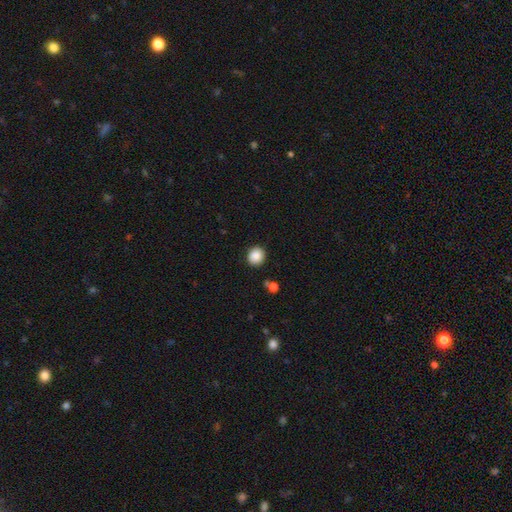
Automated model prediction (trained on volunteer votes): smooth 88%, star or artifact 9%, featured or disk 3%. Down the decision tree: how rounded — round (80%); merging — none (88%).